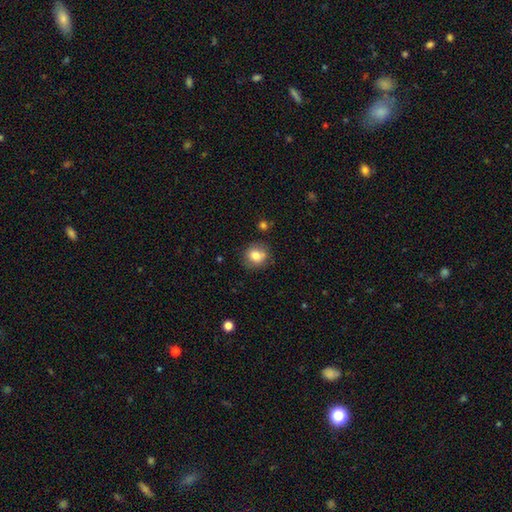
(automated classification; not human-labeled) smooth_or_featured: smooth (p=0.79) [alt: featured or disk p=0.11]
how_rounded: round (p=0.80) [alt: in between p=0.19]
merging: none (p=0.80) [alt: minor disturbance p=0.13]